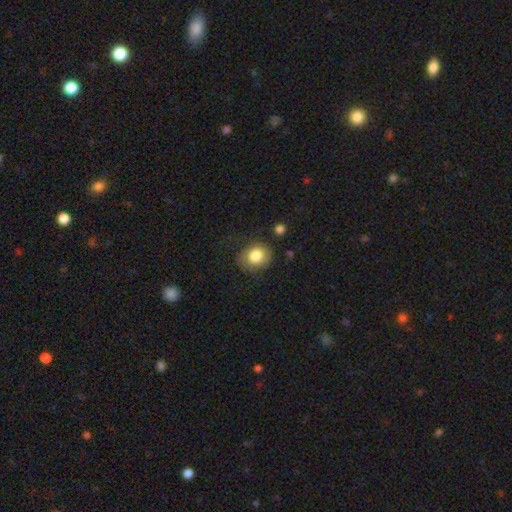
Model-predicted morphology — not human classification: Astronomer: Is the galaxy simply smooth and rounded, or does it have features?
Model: smooth — 80%.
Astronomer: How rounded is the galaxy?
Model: round — 58% (runner-up: in between, 41%).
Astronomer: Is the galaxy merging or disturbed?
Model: none — 70%.